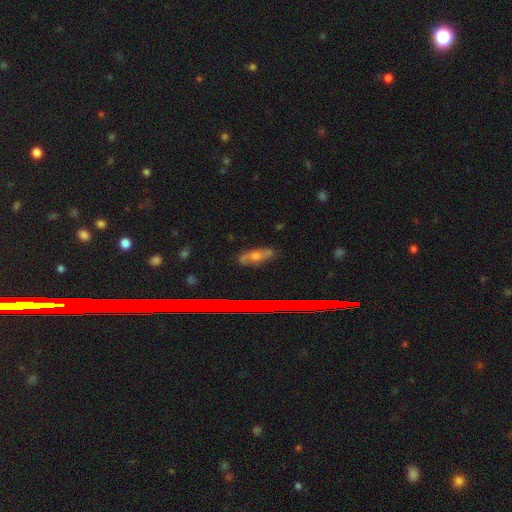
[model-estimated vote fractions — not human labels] A smooth galaxy with no disk features (43%). Merging: none (77%).